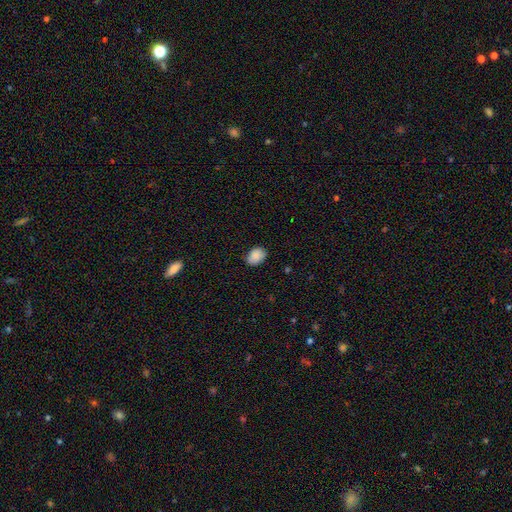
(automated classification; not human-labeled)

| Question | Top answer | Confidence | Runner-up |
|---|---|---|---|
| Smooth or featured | smooth | 88% | star or artifact (7%) |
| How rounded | in between | 74% | round (25%) |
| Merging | none | 80% | minor disturbance (16%) |